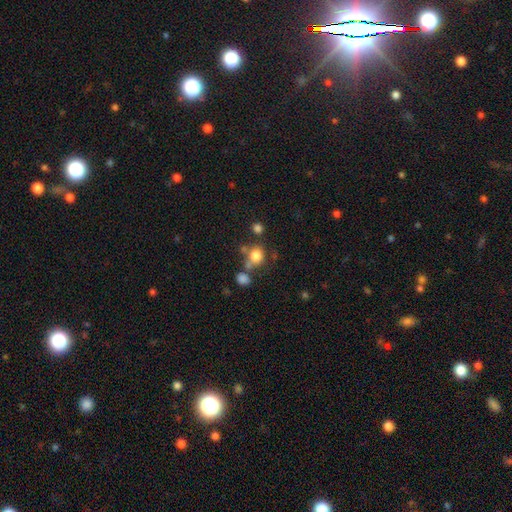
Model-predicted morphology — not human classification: Smooth or featured? Predicted: smooth (p=0.78). How rounded? Predicted: round (p=0.76). Merging? Predicted: none (p=0.57).